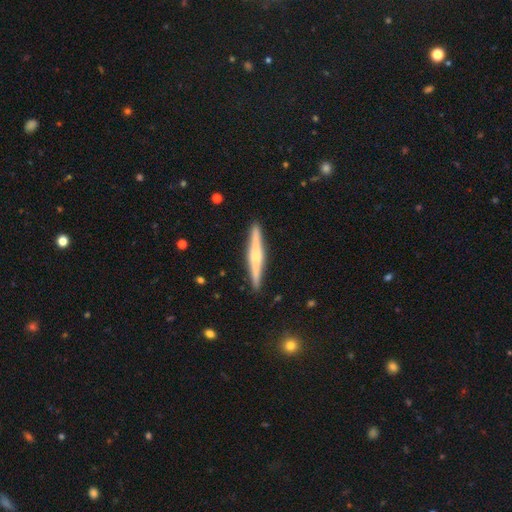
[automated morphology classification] smooth-or-featured: featured or disk: 66% | smooth: 29% | star or artifact: 5%
  disk-edge-on: yes: 98% | no: 2%
    edge-on-bulge: rounded: 73% | boxy: 14% | none: 13%
  merging: none: 91% | minor disturbance: 6% | major disturbance: 1% | merger: 1%